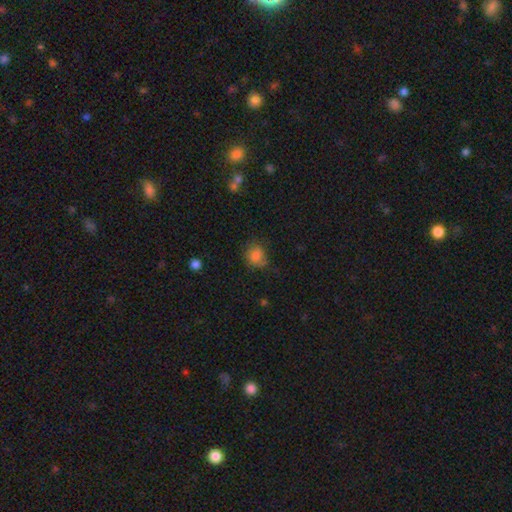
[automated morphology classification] Smooth or featured? Predicted: smooth (p=0.81). How rounded? Predicted: round (p=0.72). Merging? Predicted: none (p=0.60).